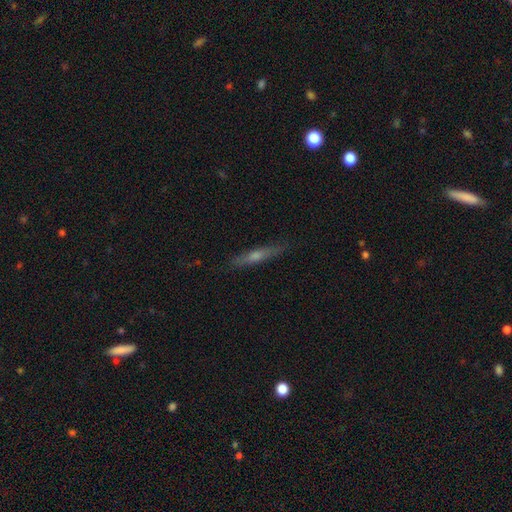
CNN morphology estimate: smooth-or-featured: featured or disk: 57% | smooth: 35% | star or artifact: 8%
  disk-edge-on: yes: 93% | no: 7%
    edge-on-bulge: rounded: 78% | none: 16% | boxy: 6%
  merging: none: 87% | minor disturbance: 10% | major disturbance: 2% | merger: 1%